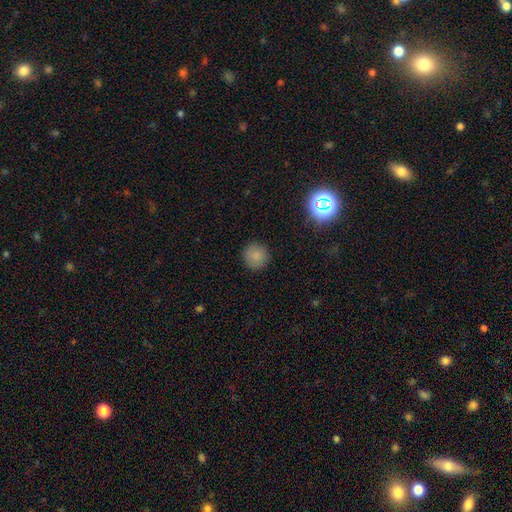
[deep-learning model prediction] This appears to be a smooth galaxy with no disk features (84%) that is round (95%). Merging: none (91%).